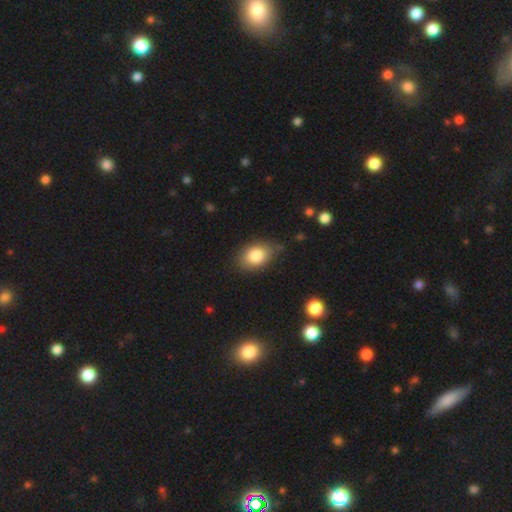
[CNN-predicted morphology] smooth-or-featured: smooth: 84% | featured or disk: 8% | star or artifact: 8%
  how-rounded: in between: 78% | round: 21% | cigar-shaped: 1%
  merging: none: 75% | minor disturbance: 19% | major disturbance: 4% | merger: 2%